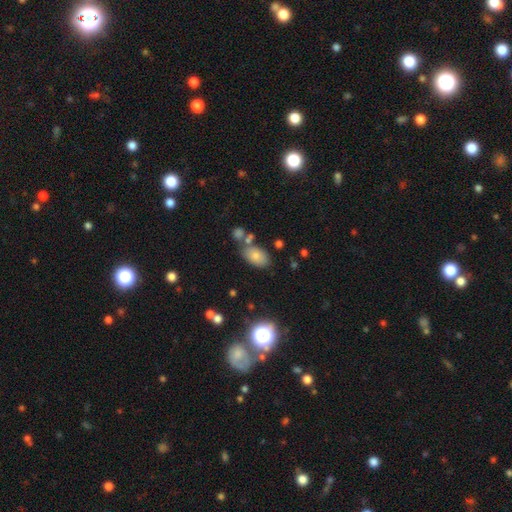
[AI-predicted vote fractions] Overall: smooth (77%). How rounded: in between (91%). Merging: none (66%).